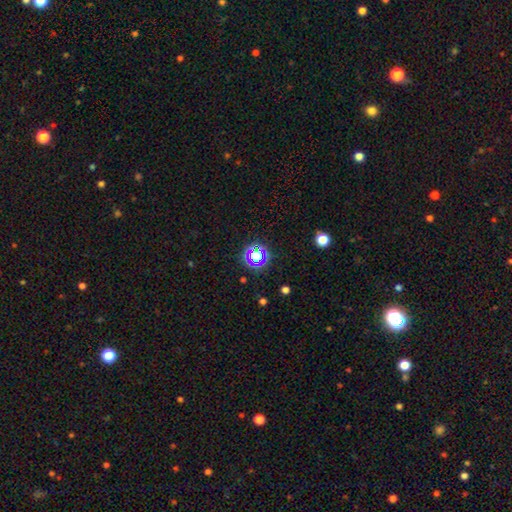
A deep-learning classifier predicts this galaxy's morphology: star or artifact 62%, smooth 28%, featured or disk 10%.